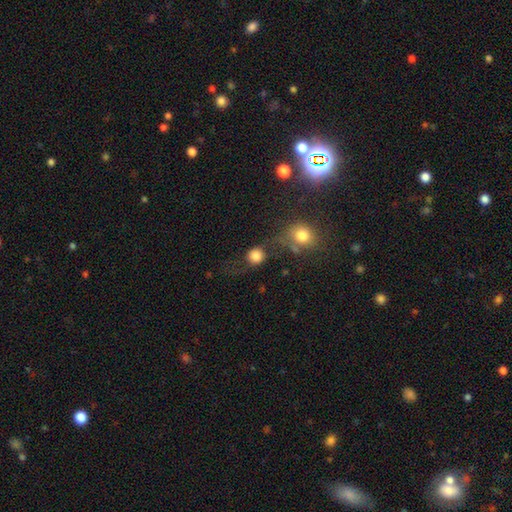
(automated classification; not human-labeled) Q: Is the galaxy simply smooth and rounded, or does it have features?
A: smooth — 80%.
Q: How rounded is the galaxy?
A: round — 87%.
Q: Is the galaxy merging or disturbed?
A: none — 54%.